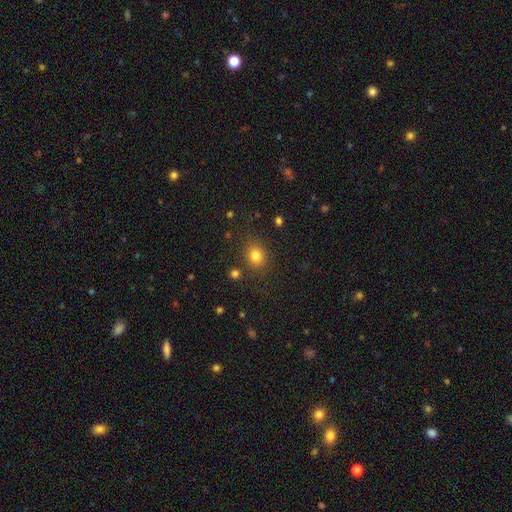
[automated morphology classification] This appears to be a smooth galaxy with no disk features (80%) that is round (61%). Merging: none (82%).